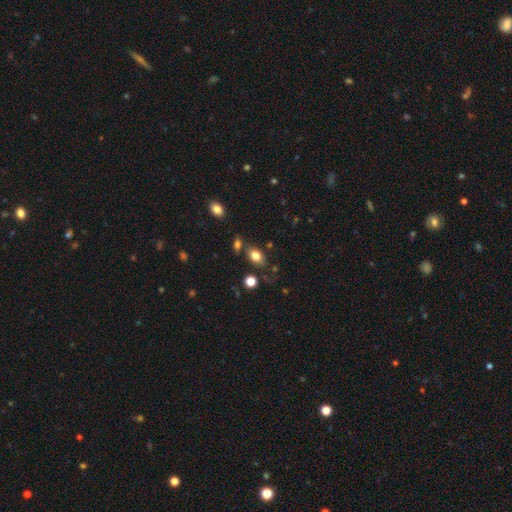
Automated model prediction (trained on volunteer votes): Smooth or featured?
  - smooth: 80% *
  - star or artifact: 11%
  - featured or disk: 9%
How rounded?
  - in between: 75% *
  - round: 23%
  - cigar-shaped: 2%
Merging?
  - none: 71% *
  - minor disturbance: 14%
  - merger: 10%
  - major disturbance: 5%